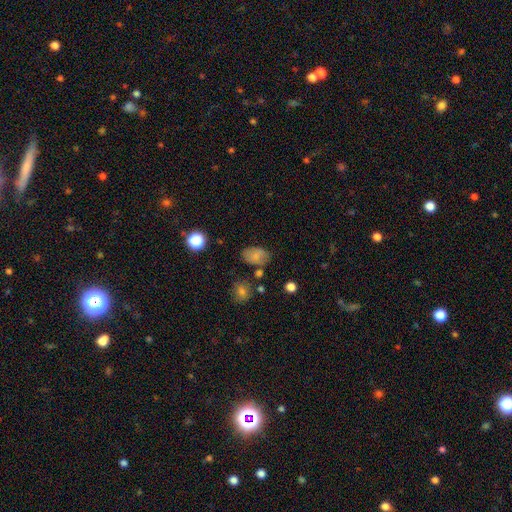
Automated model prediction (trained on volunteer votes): smooth-or-featured: smooth: 76% | featured or disk: 13% | star or artifact: 12%
  how-rounded: in between: 86% | round: 13% | cigar-shaped: 1%
  merging: none: 67% | minor disturbance: 20% | merger: 7% | major disturbance: 6%